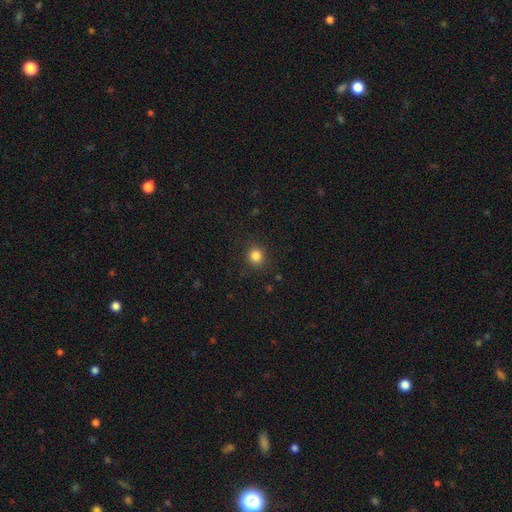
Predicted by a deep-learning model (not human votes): smooth-or-featured: smooth: 84% | star or artifact: 12% | featured or disk: 4%
  how-rounded: round: 86% | in between: 13% | cigar-shaped: 1%
  merging: none: 89% | minor disturbance: 7% | major disturbance: 3% | merger: 1%